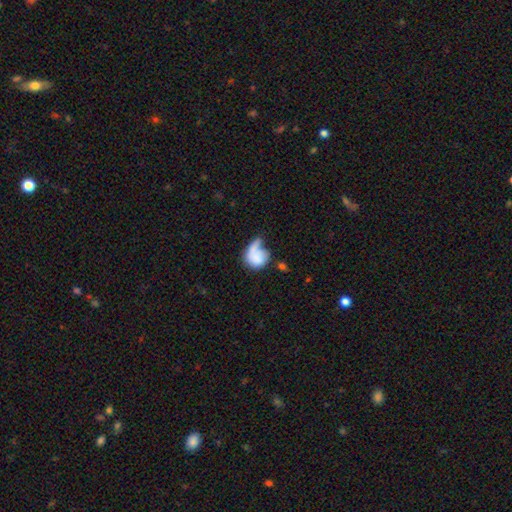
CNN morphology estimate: A smooth galaxy with no disk features (67%) that is round (63%). Merging: major disturbance (37%).